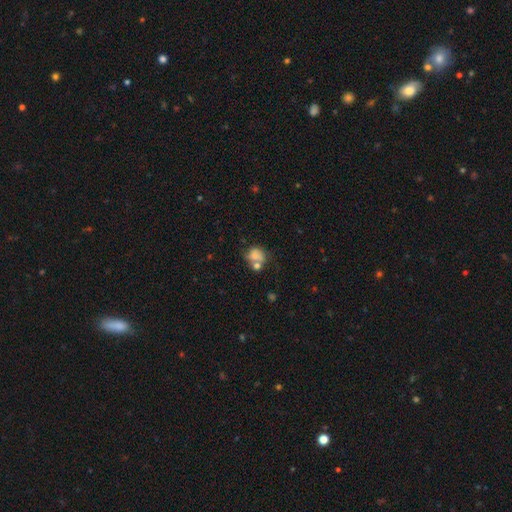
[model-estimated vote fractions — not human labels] The model was most divided on "merging": merger: 38%, none: 34%, minor disturbance: 18%, major disturbance: 10%. More confident: smooth or featured — smooth (70%); how rounded — round (58%).